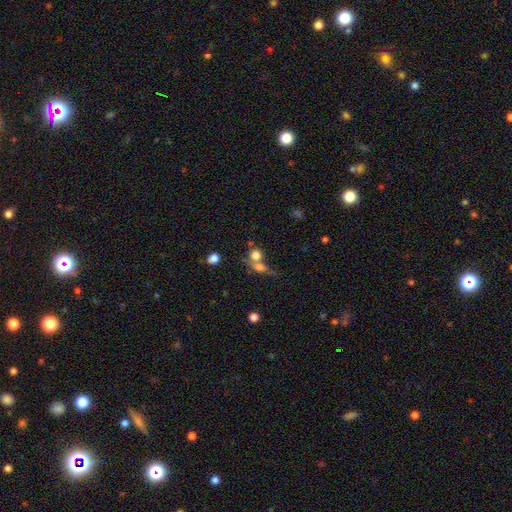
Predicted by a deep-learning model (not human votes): A smooth galaxy with no disk features (71%) that is round (70%). Merging: merger (51%).